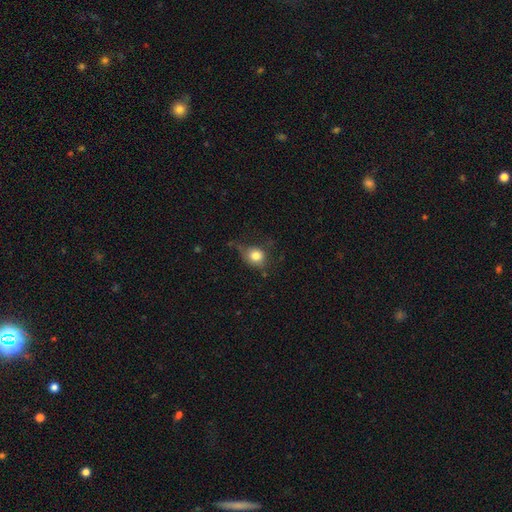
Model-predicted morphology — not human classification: Smooth or featured? Predicted: smooth (p=0.79). How rounded? Predicted: round (p=0.69). Merging? Predicted: none (p=0.51).